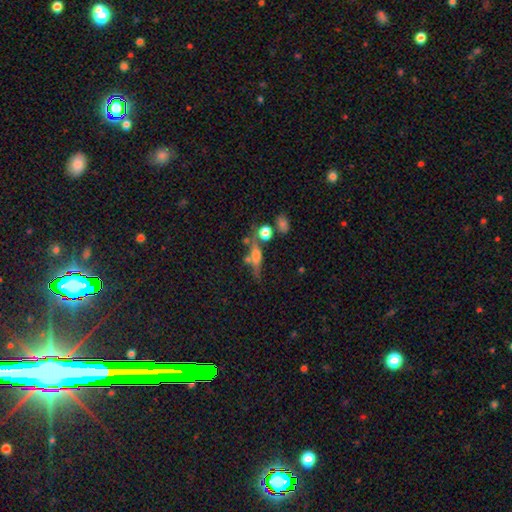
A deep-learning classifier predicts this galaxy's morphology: A featured or disk galaxy (44%).

Vote fractions:
- Smooth or featured? featured or disk: 44% / smooth: 43% / star or artifact: 13%
- Merging? none: 53% / merger: 19% / minor disturbance: 18% / major disturbance: 10%